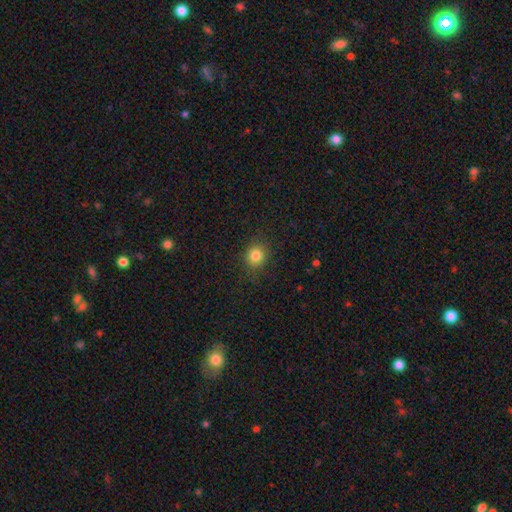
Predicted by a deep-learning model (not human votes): smooth 82%, star or artifact 12%, featured or disk 5%. Down the decision tree: how rounded — round (84%); merging — none (89%).